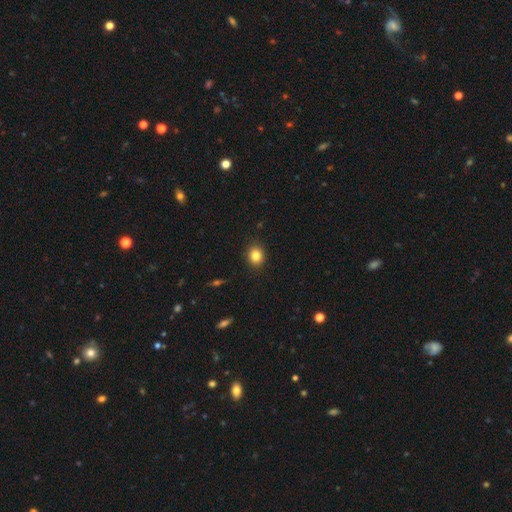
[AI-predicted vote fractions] A smooth galaxy with no disk features (83%) that is round (66%). Merging: none (89%).